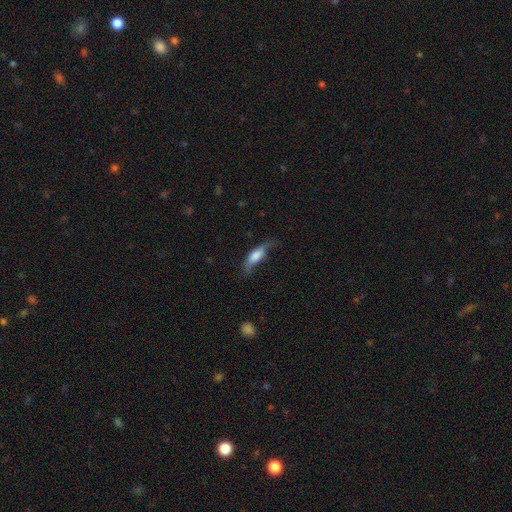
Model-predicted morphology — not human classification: Overall: smooth (62%; featured or disk 30%). How rounded: in between (56%; cigar-shaped 41%). Merging: none (43%; minor disturbance 33%).